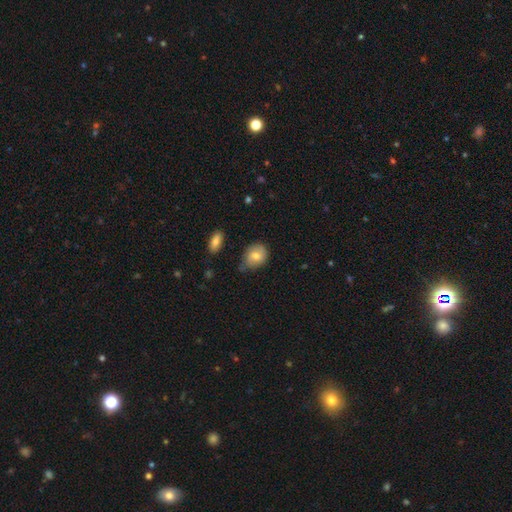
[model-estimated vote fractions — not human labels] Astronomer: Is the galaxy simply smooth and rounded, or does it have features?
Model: smooth — 74%.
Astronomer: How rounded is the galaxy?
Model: in between — 50% (runner-up: round, 49%).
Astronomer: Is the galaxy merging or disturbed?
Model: none — 51% (runner-up: minor disturbance, 38%).